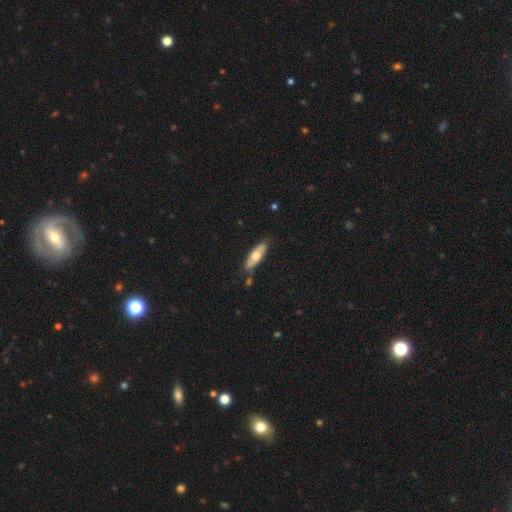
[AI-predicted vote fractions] Morphology: type=smooth (60%); roundness=in between (51%); merging=none (76%).